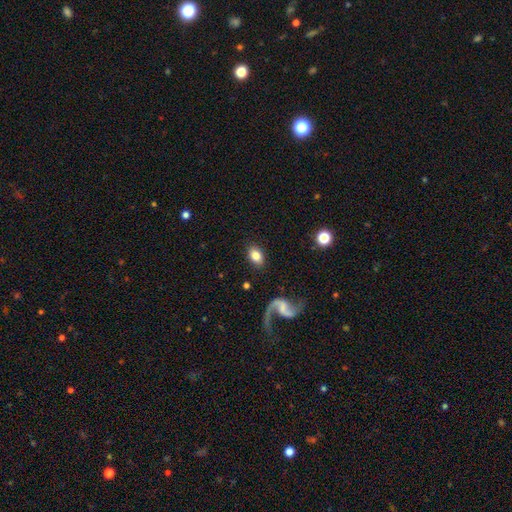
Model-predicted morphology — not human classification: Smooth or featured?
  - smooth: 76% *
  - featured or disk: 17%
  - star or artifact: 7%
How rounded?
  - in between: 84% *
  - round: 15%
  - cigar-shaped: 2%
Merging?
  - none: 85% *
  - minor disturbance: 9%
  - major disturbance: 4%
  - merger: 2%